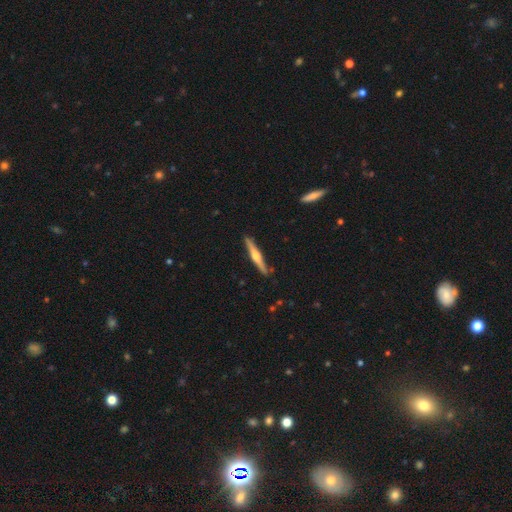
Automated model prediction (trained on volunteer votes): Overall: featured or disk (69%). Edge-on disk: yes (98%). Edge-on bulge: rounded (91%). Merging: none (89%).